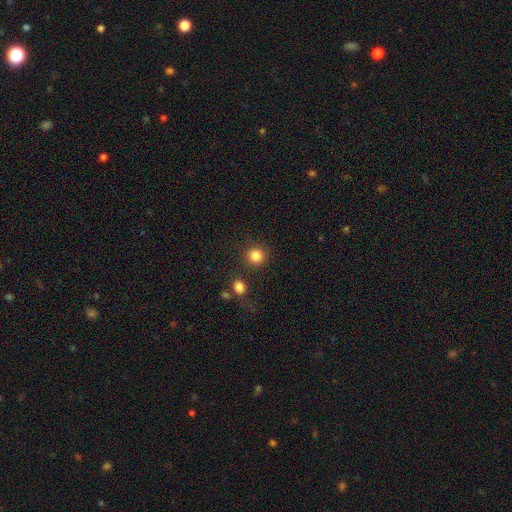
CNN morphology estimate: Overall: smooth (84%). How rounded: round (91%). Merging: none (85%).